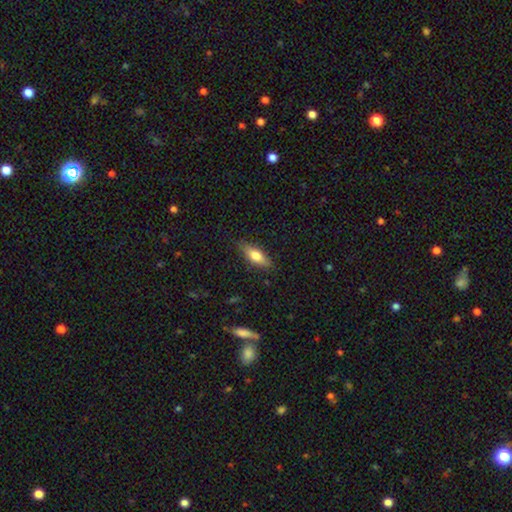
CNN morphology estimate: smooth 73%, featured or disk 21%, star or artifact 6%. Down the decision tree: how rounded — in between (67%); merging — none (83%).